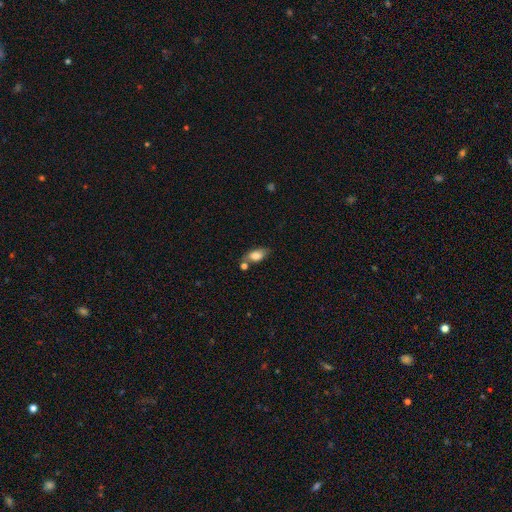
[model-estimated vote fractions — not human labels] Morphology: type=smooth (78%); roundness=in between (88%); merging=none (60%).